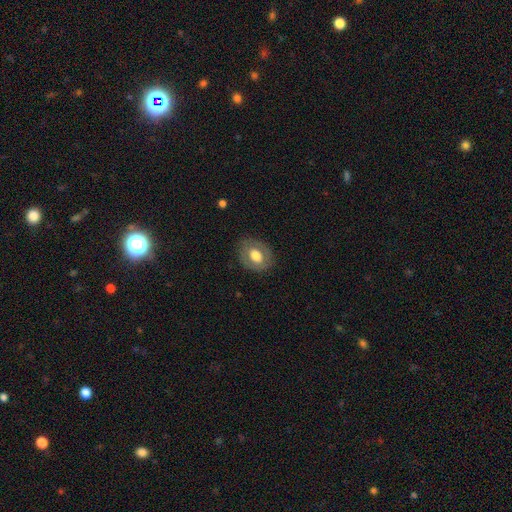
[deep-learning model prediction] smooth 55%, featured or disk 39%, star or artifact 7%. Down the decision tree: how rounded — in between (63%); merging — none (80%).